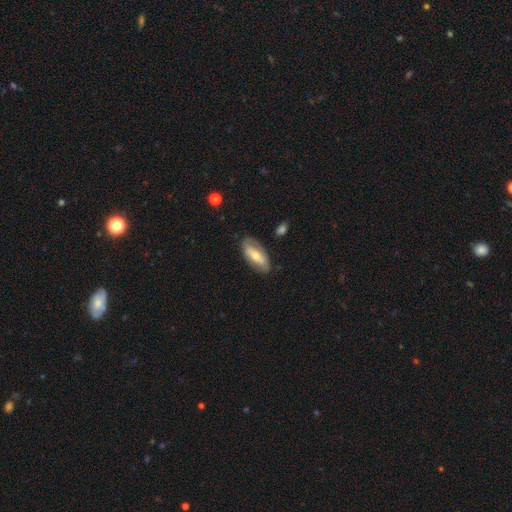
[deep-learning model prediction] A smooth galaxy with no disk features (51%) that is in between round and cigar-shaped (83%).

Vote fractions:
- Smooth or featured? smooth: 51% / featured or disk: 43% / star or artifact: 6%
- How rounded? in between: 83% / cigar-shaped: 14% / round: 3%
- Merging? none: 76% / minor disturbance: 18% / major disturbance: 5% / merger: 2%